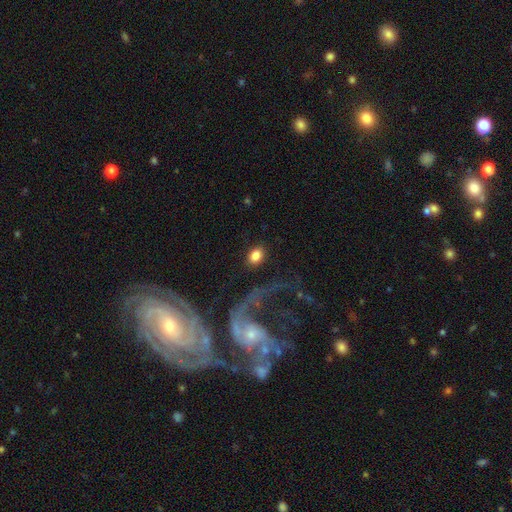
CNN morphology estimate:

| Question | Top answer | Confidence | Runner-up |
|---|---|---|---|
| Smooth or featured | smooth | 80% | featured or disk (12%) |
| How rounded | in between | 77% | round (21%) |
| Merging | none | 82% | minor disturbance (9%) |